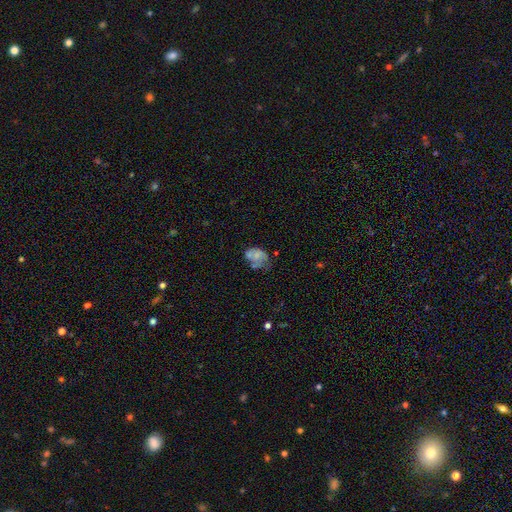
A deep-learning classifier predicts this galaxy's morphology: smooth 50%, featured or disk 40%, star or artifact 10%. Down the decision tree: how rounded — in between (76%); merging — none (31%).